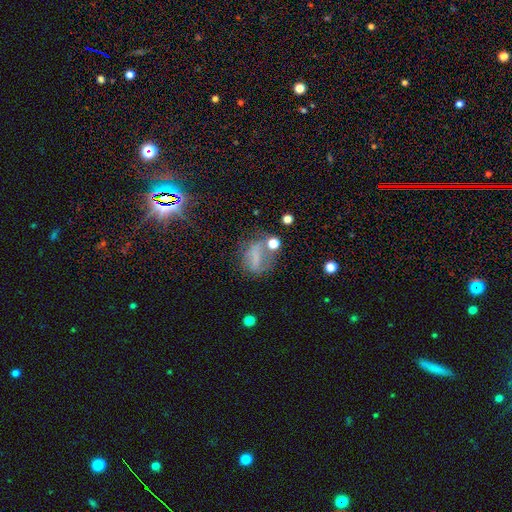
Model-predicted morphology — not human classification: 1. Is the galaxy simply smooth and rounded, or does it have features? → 46% smooth, 30% featured or disk, 24% star or artifact.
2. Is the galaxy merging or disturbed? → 39% none, 28% major disturbance, 23% minor disturbance, 11% merger.